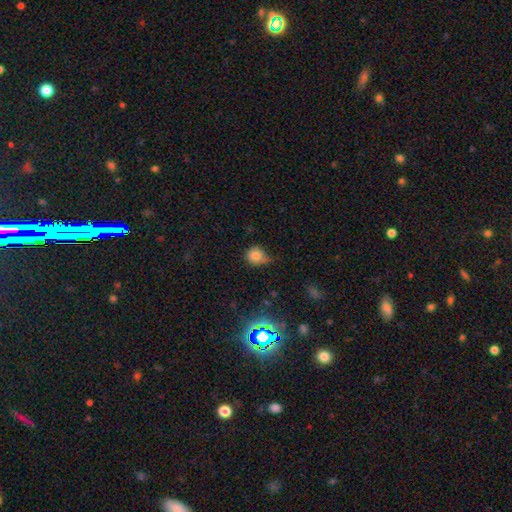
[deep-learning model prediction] Overall: smooth (77%). How rounded: round (73%). Merging: none (46%; minor disturbance 40%).